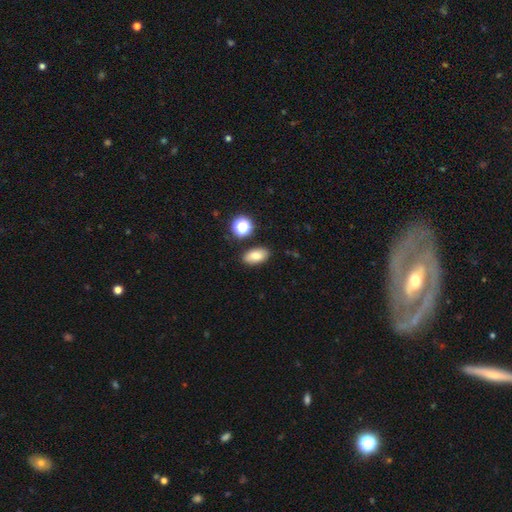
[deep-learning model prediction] Q: Smooth or featured?
A: smooth (80%); runner-up: star or artifact (11%)
Q: How rounded?
A: in between (89%); runner-up: round (7%)
Q: Merging?
A: none (85%); runner-up: minor disturbance (9%)